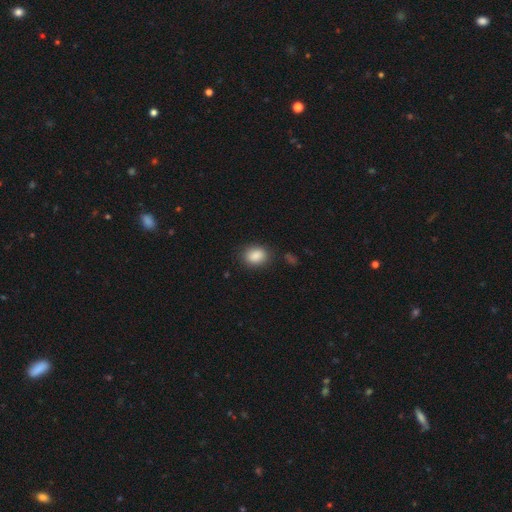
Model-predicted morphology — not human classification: This is clearly a smooth galaxy (88%). How rounded: likely in between (63%). Merging: clearly none (83%).